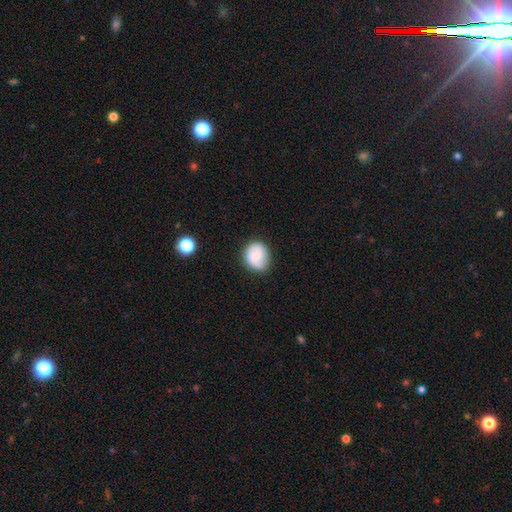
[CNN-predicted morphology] A smooth galaxy with no disk features (52%) that is round (63%). Merging: none (71%).